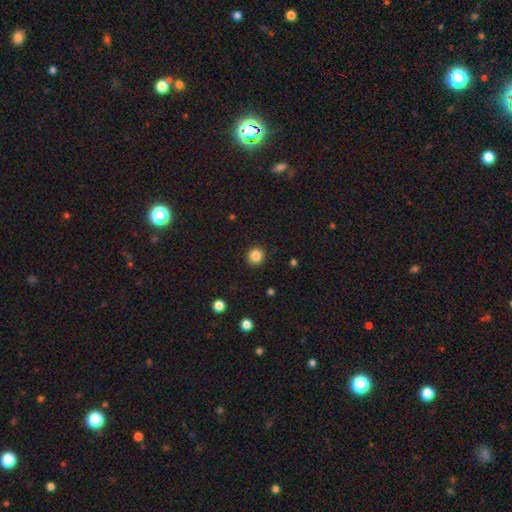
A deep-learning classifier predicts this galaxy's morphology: Smooth or featured? smooth (85%)
How rounded? round (93%)
Merging? none (91%)